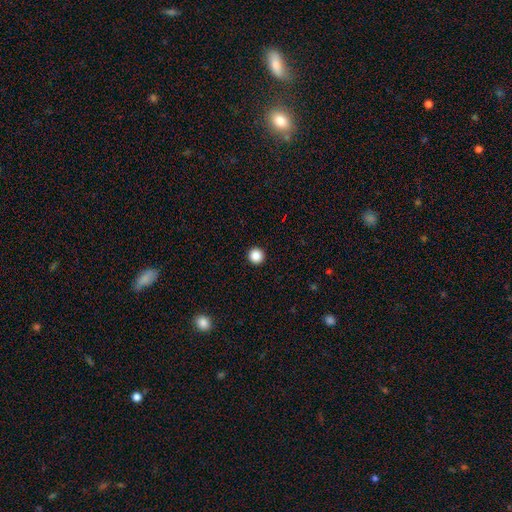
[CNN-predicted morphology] Smooth or featured?
  - smooth: 87% *
  - star or artifact: 10%
  - featured or disk: 3%
How rounded?
  - round: 97% *
  - in between: 2%
  - cigar-shaped: 1%
Merging?
  - none: 94% *
  - minor disturbance: 4%
  - major disturbance: 1%
  - merger: 1%